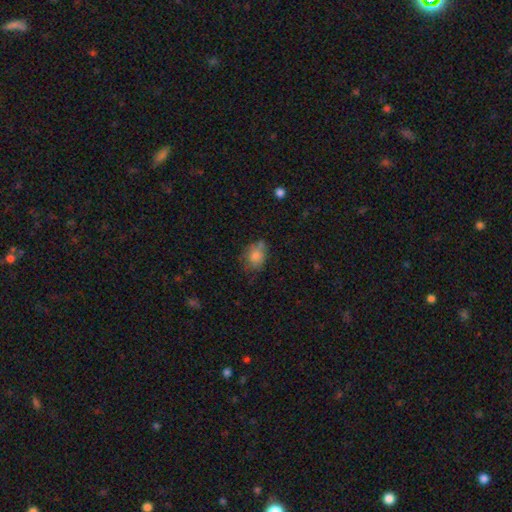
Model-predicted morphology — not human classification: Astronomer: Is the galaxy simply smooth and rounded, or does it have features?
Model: smooth — 77%.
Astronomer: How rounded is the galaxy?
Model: in between — 56% (runner-up: round, 43%).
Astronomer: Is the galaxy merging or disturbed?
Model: none — 58%.